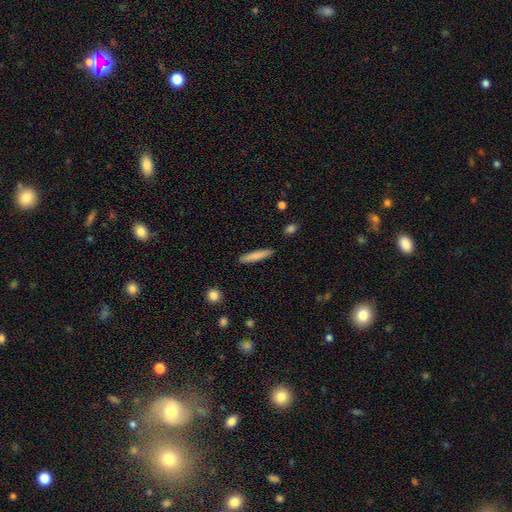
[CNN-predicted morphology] type=smooth (80%); roundness=cigar-shaped (92%); merging=none (90%).